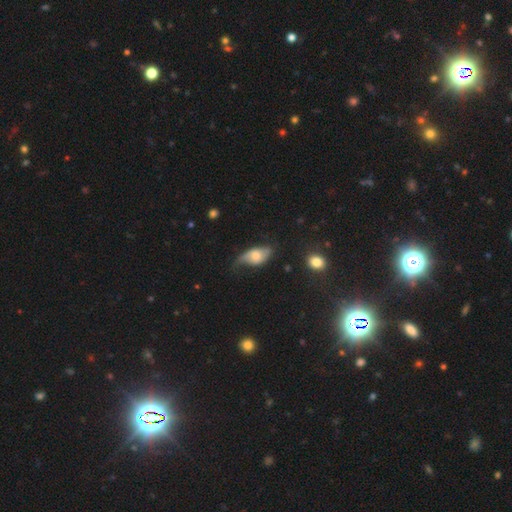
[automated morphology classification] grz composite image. It shows a featured or disk galaxy (51%). Merging: none (41%).